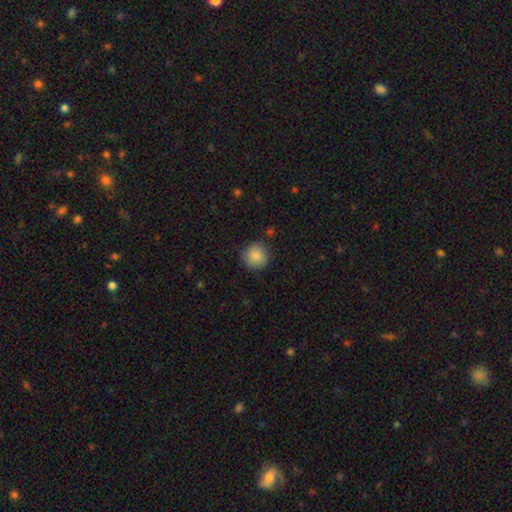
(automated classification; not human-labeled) A smooth galaxy with no disk features (87%) that is round (93%). Merging: none (83%).